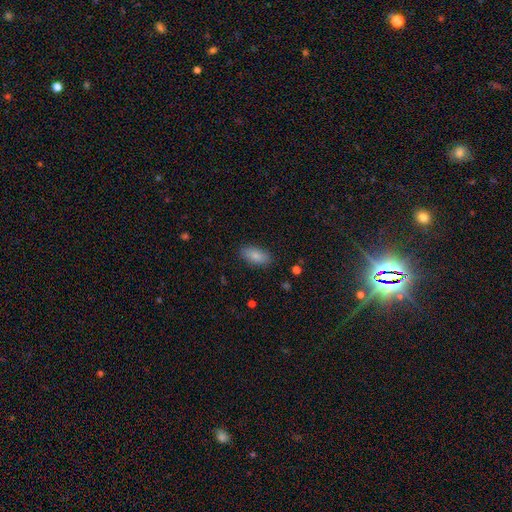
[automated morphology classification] The model was most divided on "smooth or featured": smooth: 82%, featured or disk: 10%, star or artifact: 8%. More confident: how rounded — in between (91%); merging — none (87%).